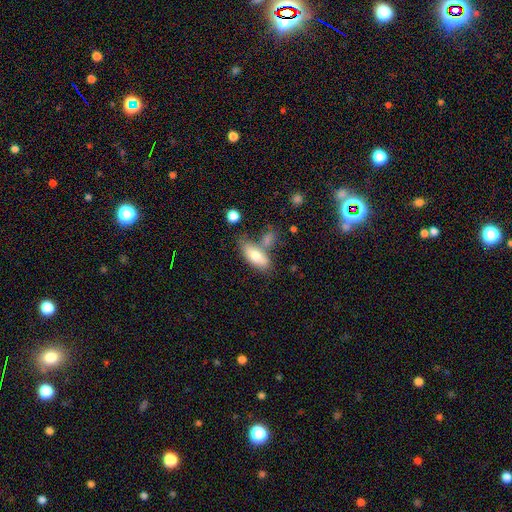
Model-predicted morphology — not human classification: smooth-or-featured: smooth: 74% | featured or disk: 19% | star or artifact: 7%
  how-rounded: in between: 83% | cigar-shaped: 14% | round: 3%
  merging: none: 54% | merger: 22% | minor disturbance: 18% | major disturbance: 6%